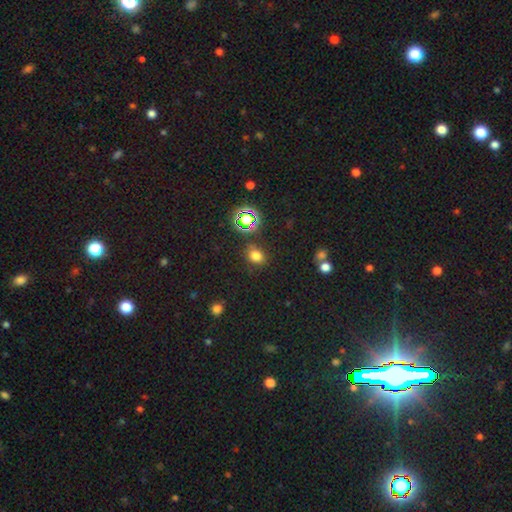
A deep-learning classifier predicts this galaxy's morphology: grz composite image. It shows a smooth galaxy with no disk features (70%) that is in between round and cigar-shaped (54%). Merging: none (81%).